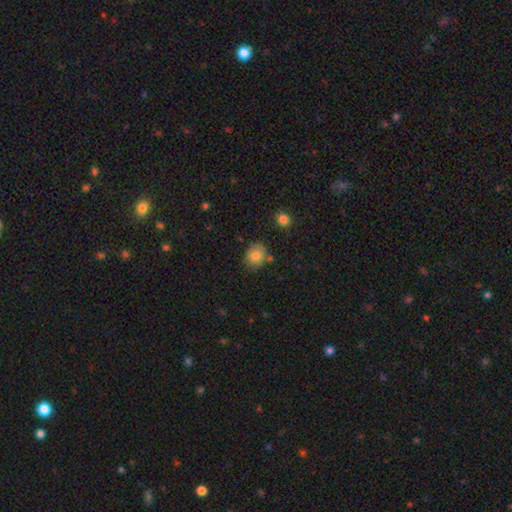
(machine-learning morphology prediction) A smooth galaxy with no disk features (82%) that is round (65%). Merging: none (77%).